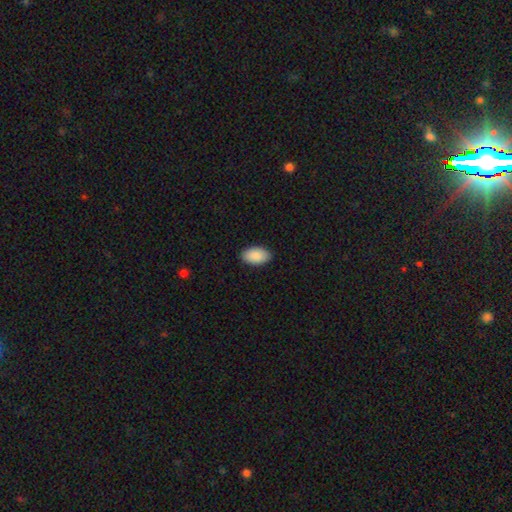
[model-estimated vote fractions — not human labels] Q: Smooth or featured?
A: smooth (91%); runner-up: star or artifact (6%)
Q: How rounded?
A: in between (95%); runner-up: round (4%)
Q: Merging?
A: none (89%); runner-up: minor disturbance (8%)